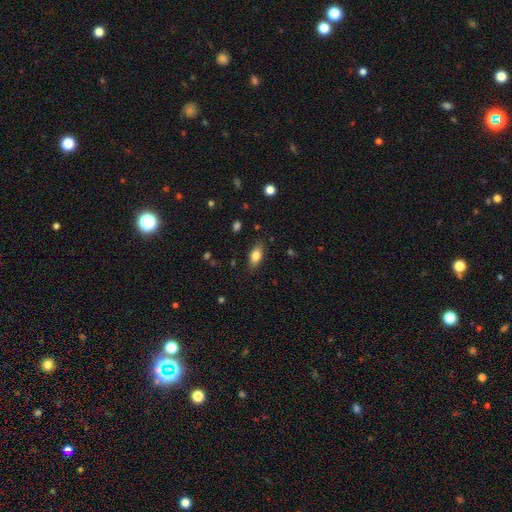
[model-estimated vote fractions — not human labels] This is likely a smooth galaxy (79%). How rounded: clearly in between (84%). Merging: clearly none (84%).